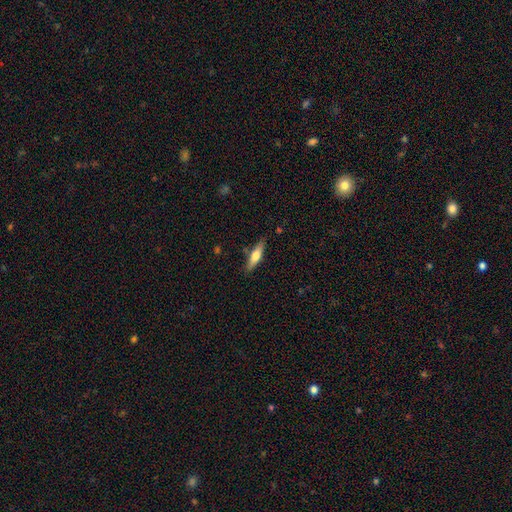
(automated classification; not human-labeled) A smooth galaxy with no disk features (56%) that is cigar-shaped (70%). Merging: none (82%).